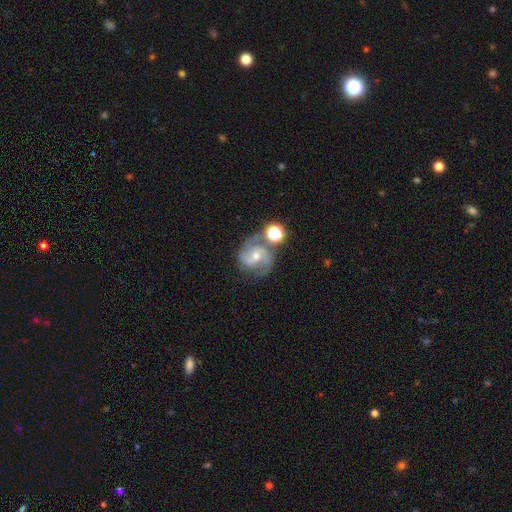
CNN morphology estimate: Overall: featured or disk (82%). Edge-on disk: no (98%). Bar: no (48%; weak 40%). Spiral arms: yes (97%). Spiral arm count: 2 (77%). Spiral winding: medium (56%; tight 29%). Bulge size: small (50%; moderate 46%). Merging: none (60%).